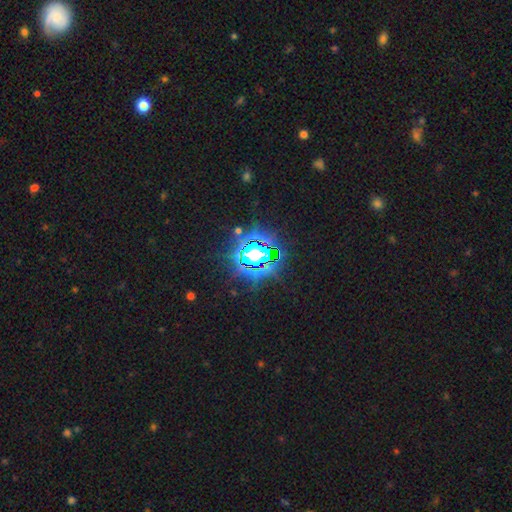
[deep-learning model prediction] The model was most divided on "smooth or featured": star or artifact: 82%, smooth: 11%, featured or disk: 7%.